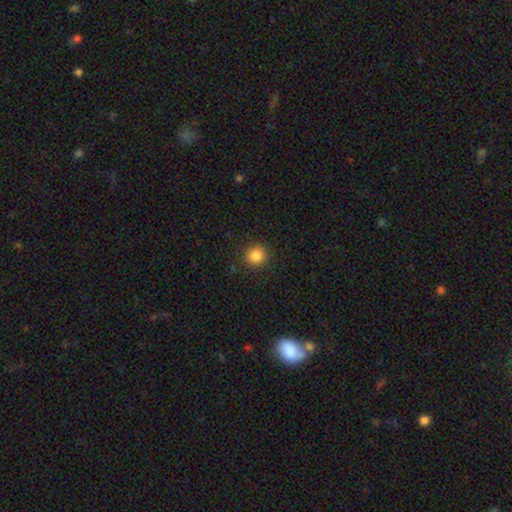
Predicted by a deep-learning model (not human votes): Q: Smooth or featured?
A: smooth (86%); runner-up: star or artifact (11%)
Q: How rounded?
A: round (90%); runner-up: in between (9%)
Q: Merging?
A: none (89%); runner-up: minor disturbance (7%)